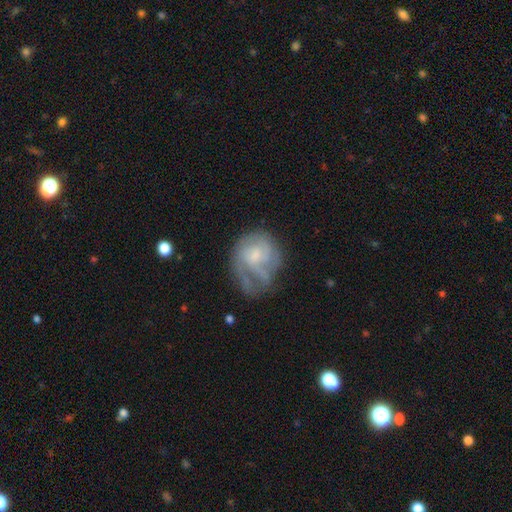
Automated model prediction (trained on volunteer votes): A featured or disk galaxy (60%) with no bar (64%), spiral arms (70%) and a small central bulge (41%).

Vote fractions:
- Smooth or featured? featured or disk: 60% / smooth: 33% / star or artifact: 8%
- Edge-on disk? no: 98% / yes: 2%
- Bar? no: 64% / weak: 32% / strong: 4%
- Spiral arms? yes: 70% / no: 30%
- Bulge size? small: 41% / moderate: 34% / none: 19% / large: 4% / dominant: 1%
- Merging? none: 35% (tied) / major disturbance: 35% (tied) / minor disturbance: 26% / merger: 4%